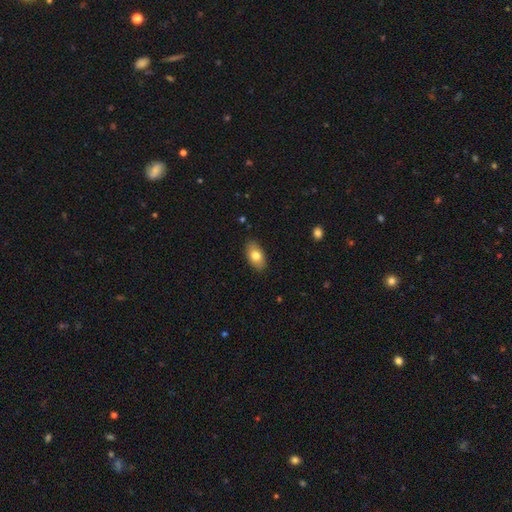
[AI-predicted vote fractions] smooth 77%, featured or disk 16%, star or artifact 7%. Down the decision tree: how rounded — in between (92%); merging — none (87%).